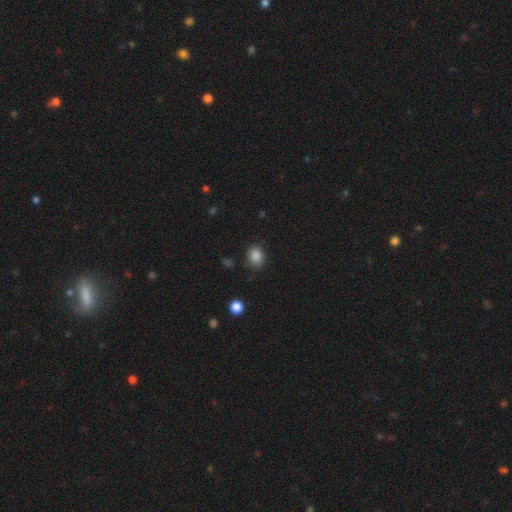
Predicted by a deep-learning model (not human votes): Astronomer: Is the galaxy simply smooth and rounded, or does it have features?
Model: smooth — 86%.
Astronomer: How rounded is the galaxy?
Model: round — 58% (runner-up: in between, 41%).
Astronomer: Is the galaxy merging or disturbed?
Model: none — 80%.